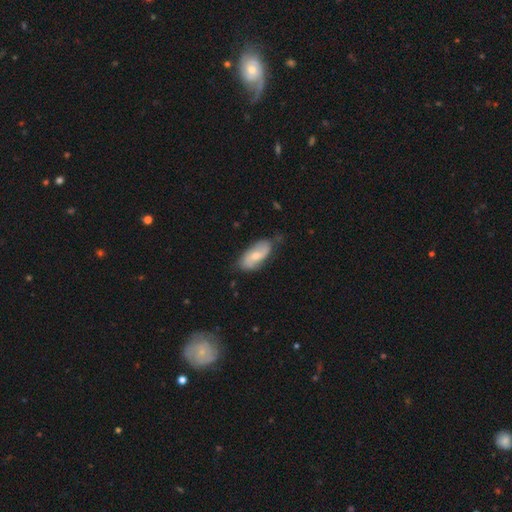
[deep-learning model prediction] featured or disk 49%, smooth 46%, star or artifact 6%. Down the decision tree: merging — none (70%).